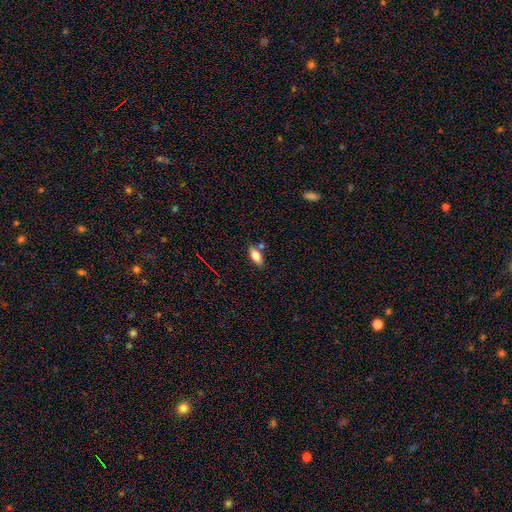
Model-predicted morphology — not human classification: smooth-or-featured: smooth: 79% | featured or disk: 12% | star or artifact: 8%
  how-rounded: in between: 86% | cigar-shaped: 11% | round: 3%
  merging: none: 71% | minor disturbance: 15% | merger: 11% | major disturbance: 3%